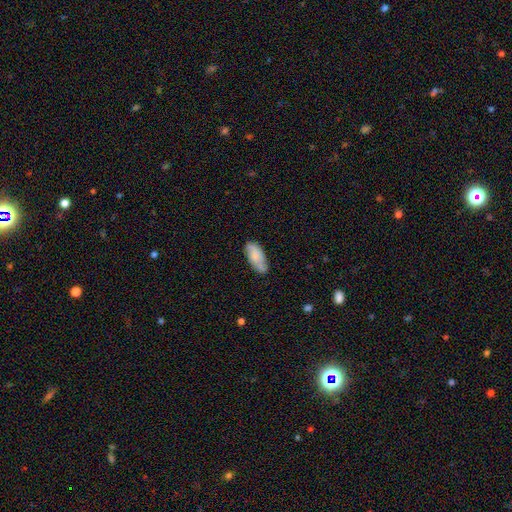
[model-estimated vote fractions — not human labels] Overall: smooth (71%). How rounded: in between (86%). Merging: none (67%).